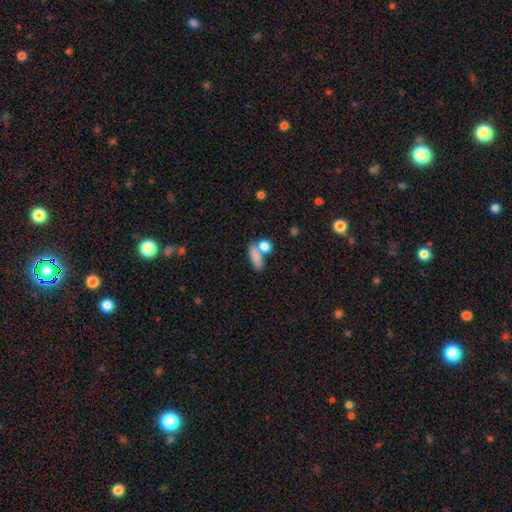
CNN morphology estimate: type=smooth (81%); roundness=in between (58%); merging=none (53%).